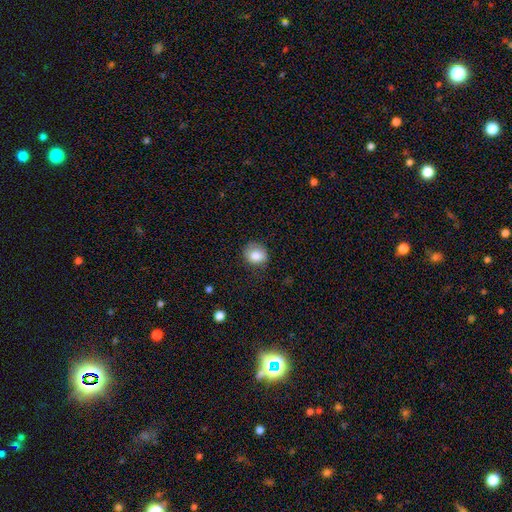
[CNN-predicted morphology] smooth_or_featured: smooth (p=0.82) [alt: featured or disk p=0.09]
how_rounded: round (p=0.67) [alt: in between p=0.32]
merging: none (p=0.67) [alt: minor disturbance p=0.24]